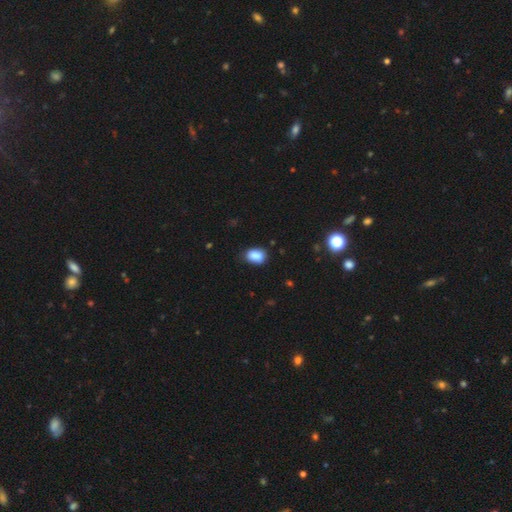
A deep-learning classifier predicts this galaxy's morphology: This appears to be a smooth galaxy with no disk features (87%) that is in between round and cigar-shaped (78%). Merging: none (74%).